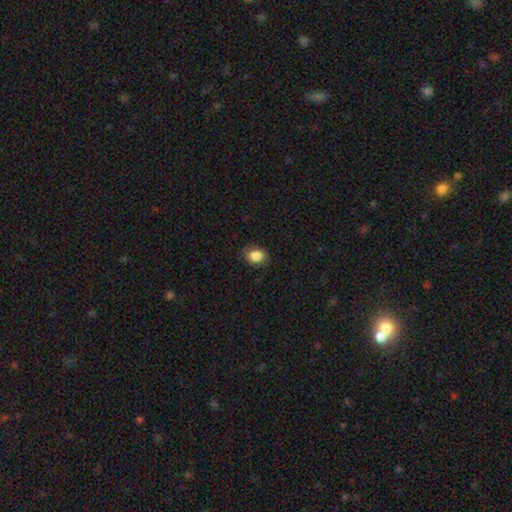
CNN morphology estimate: Overall: smooth (86%). How rounded: round (51%; in between 48%). Merging: none (80%).